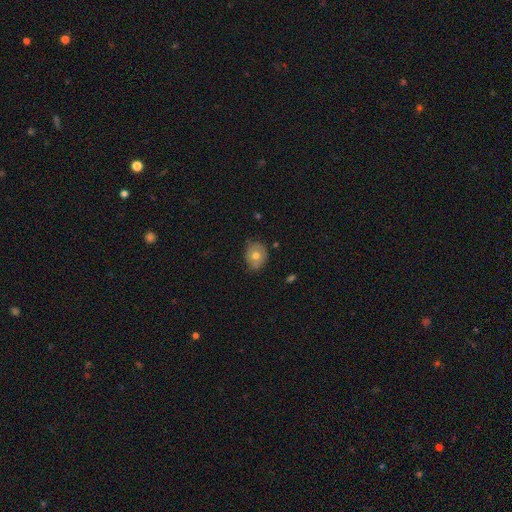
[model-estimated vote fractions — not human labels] Smooth or featured: smooth — 67% (featured or disk — 24%)
How rounded: round — 63% (in between — 36%)
Merging: none — 72% (minor disturbance — 23%)